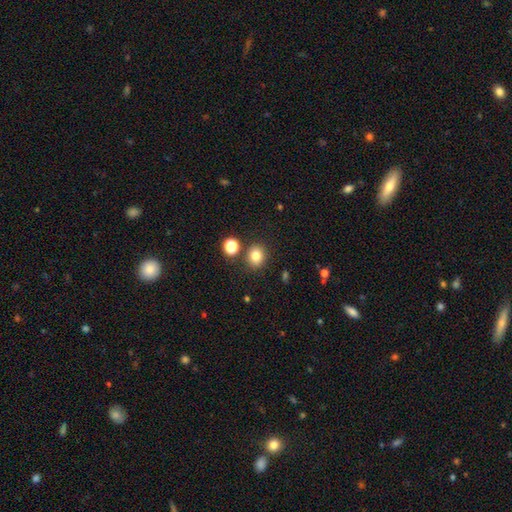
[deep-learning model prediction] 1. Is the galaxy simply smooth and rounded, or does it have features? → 80% smooth, 13% star or artifact, 6% featured or disk.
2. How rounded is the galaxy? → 75% round, 24% in between, 1% cigar-shaped.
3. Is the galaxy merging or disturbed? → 83% none, 8% minor disturbance, 6% merger, 3% major disturbance.